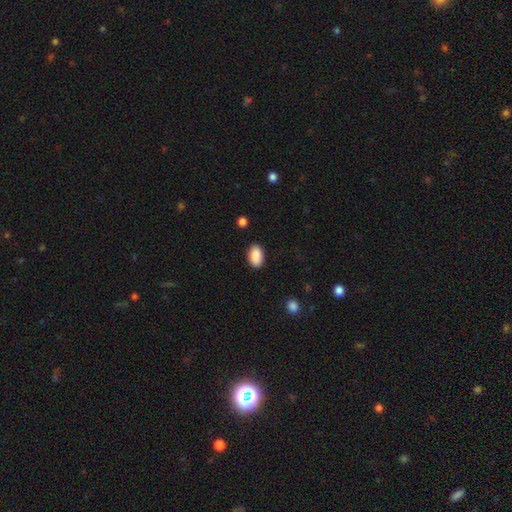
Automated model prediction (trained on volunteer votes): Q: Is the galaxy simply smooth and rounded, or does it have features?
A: smooth — 90%.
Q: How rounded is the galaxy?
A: in between — 92%.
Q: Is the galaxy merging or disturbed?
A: none — 87%.